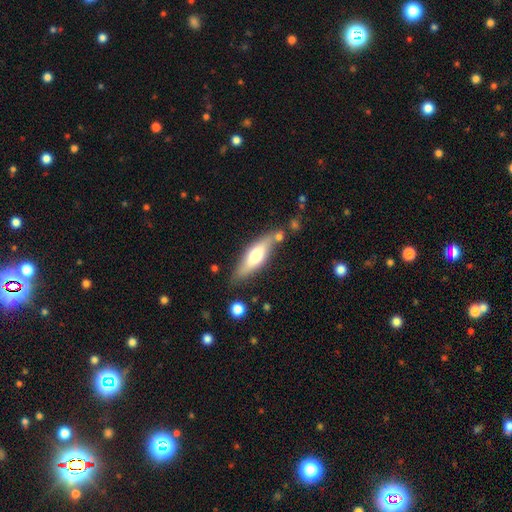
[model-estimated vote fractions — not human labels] A smooth galaxy with no disk features (56%) that is cigar-shaped (56%).

Vote fractions:
- Smooth or featured? smooth: 56% / featured or disk: 38% / star or artifact: 6%
- How rounded? cigar-shaped: 56% / in between: 42% / round: 2%
- Merging? none: 69% / minor disturbance: 17% / merger: 9% / major disturbance: 4%